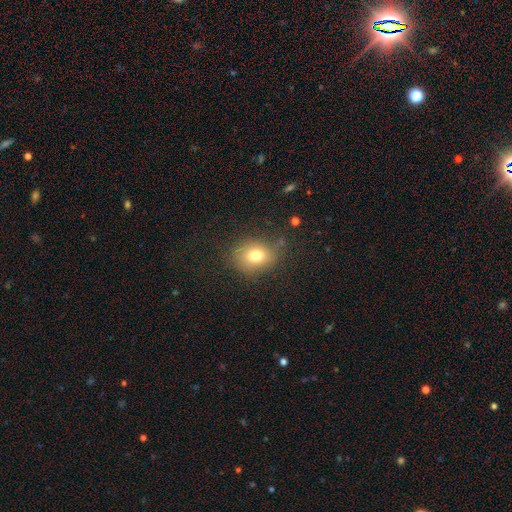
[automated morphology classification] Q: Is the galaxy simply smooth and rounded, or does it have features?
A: smooth — 76%.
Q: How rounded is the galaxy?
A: round — 56%.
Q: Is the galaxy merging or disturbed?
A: none — 77%.